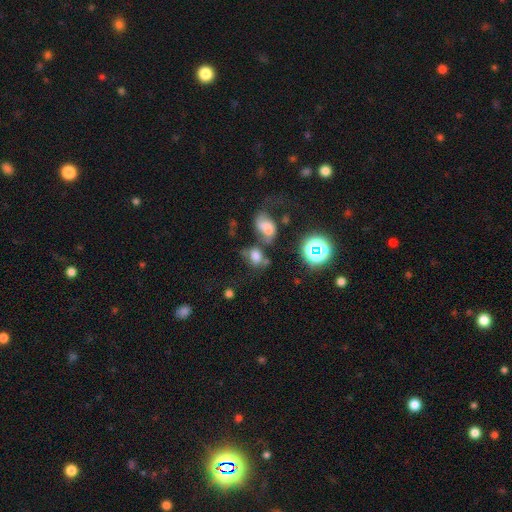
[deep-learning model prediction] smooth 64%, star or artifact 22%, featured or disk 13%. Down the decision tree: how rounded — in between (56%); merging — none (42%).